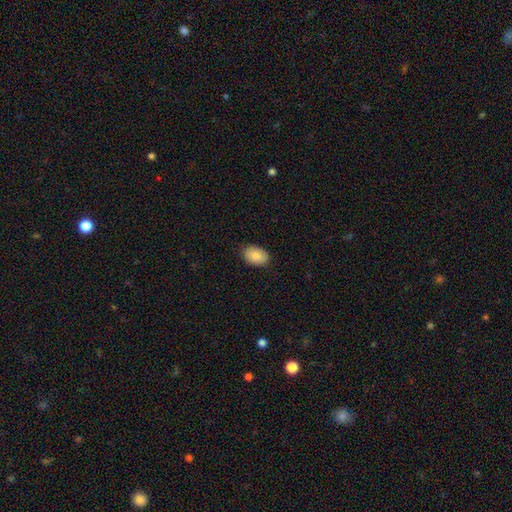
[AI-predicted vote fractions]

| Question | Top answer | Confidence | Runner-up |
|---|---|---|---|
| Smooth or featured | smooth | 85% | featured or disk (8%) |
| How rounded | in between | 84% | round (15%) |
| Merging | none | 85% | minor disturbance (12%) |